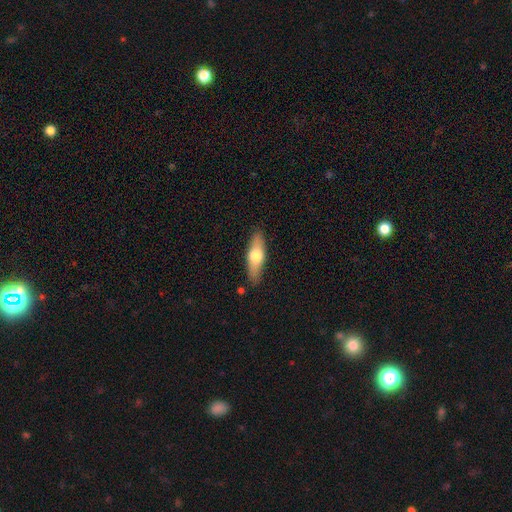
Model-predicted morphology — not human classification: The model was most divided on "how rounded": in between: 51%, cigar-shaped: 46%, round: 3%. More confident: merging — none (86%); smooth or featured — smooth (58%).